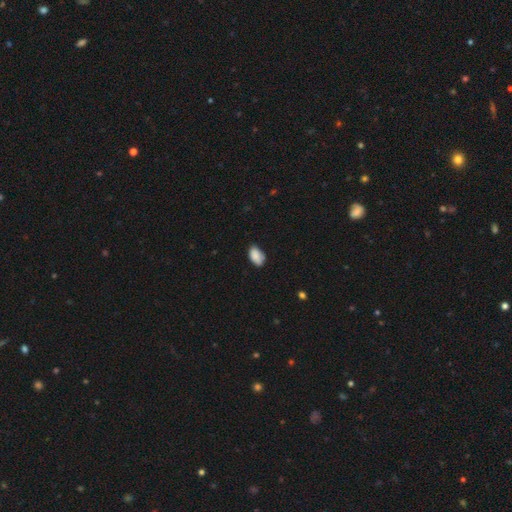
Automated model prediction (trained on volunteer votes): Q: Smooth or featured?
A: smooth (88%); runner-up: star or artifact (7%)
Q: How rounded?
A: in between (93%); runner-up: round (5%)
Q: Merging?
A: none (74%); runner-up: minor disturbance (22%)